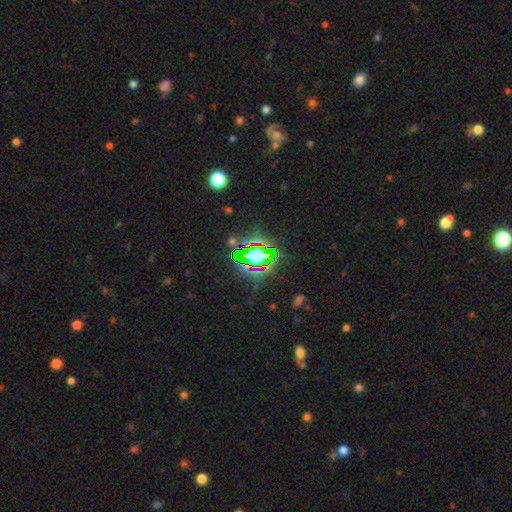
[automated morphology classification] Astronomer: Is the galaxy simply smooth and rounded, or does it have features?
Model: star or artifact — 73%.